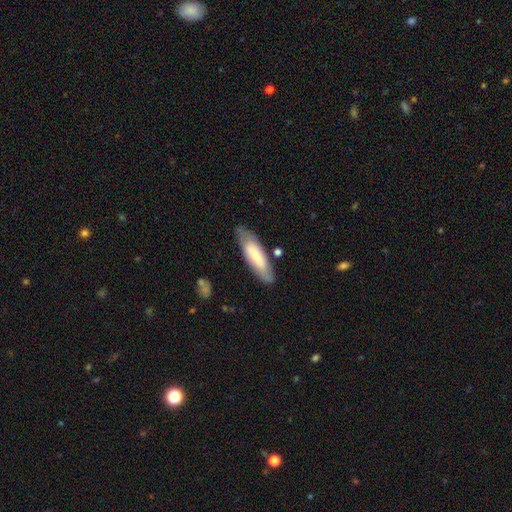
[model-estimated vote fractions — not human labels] Morphology: type=smooth (63%); roundness=cigar-shaped (53%); merging=none (75%).